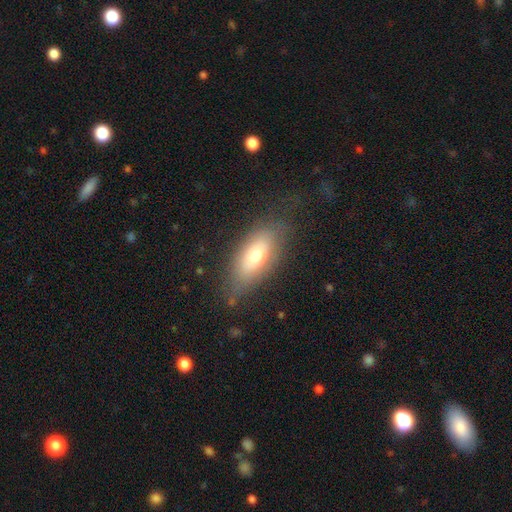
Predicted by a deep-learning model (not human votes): A smooth galaxy with no disk features (64%) that is in between round and cigar-shaped (79%).

Vote fractions:
- Smooth or featured? smooth: 64% / featured or disk: 28% / star or artifact: 8%
- How rounded? in between: 79% / cigar-shaped: 17% / round: 3%
- Merging? none: 69% / minor disturbance: 21% / major disturbance: 8% / merger: 2%